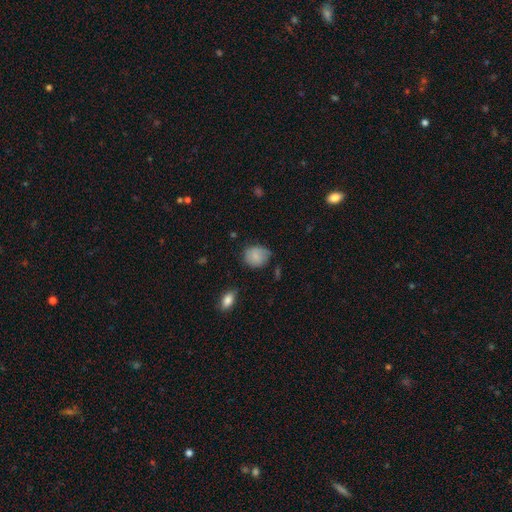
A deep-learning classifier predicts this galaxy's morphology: Overall: smooth (79%). How rounded: round (61%; in between 38%). Merging: none (64%; minor disturbance 28%).